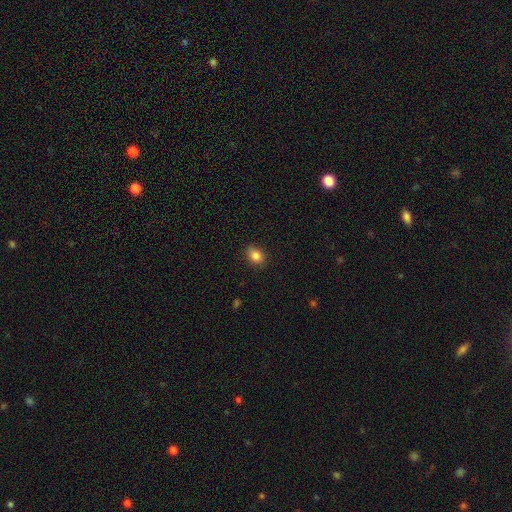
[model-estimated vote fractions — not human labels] Overall: smooth (85%). How rounded: in between (60%; round 39%). Merging: none (83%).